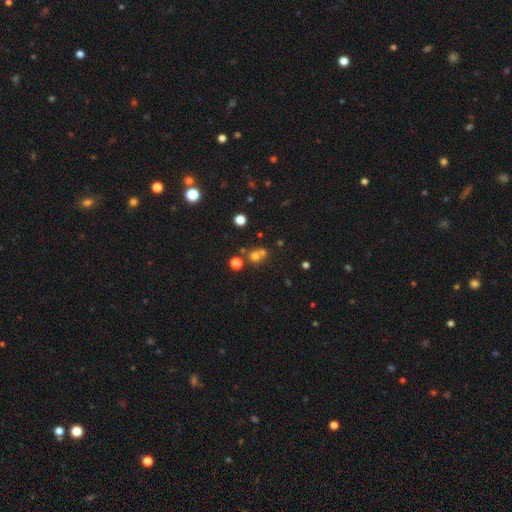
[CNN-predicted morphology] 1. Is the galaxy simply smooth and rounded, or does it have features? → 62% smooth, 25% star or artifact, 13% featured or disk.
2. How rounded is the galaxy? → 85% round, 14% in between, 1% cigar-shaped.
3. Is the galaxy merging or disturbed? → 49% none, 40% merger, 7% minor disturbance, 4% major disturbance.